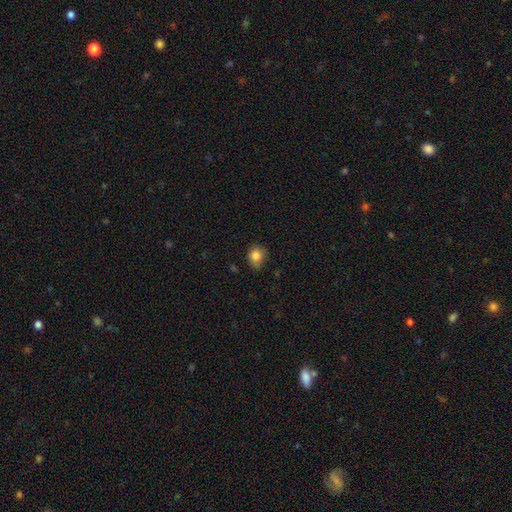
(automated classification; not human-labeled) Overall: smooth (84%). How rounded: round (69%; in between 30%). Merging: none (63%; minor disturbance 29%).